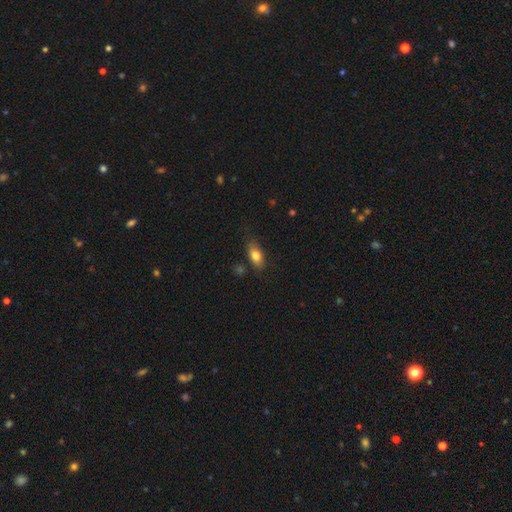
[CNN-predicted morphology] Q: Smooth or featured?
A: smooth (78%); runner-up: featured or disk (14%)
Q: How rounded?
A: in between (85%); runner-up: cigar-shaped (10%)
Q: Merging?
A: none (77%); runner-up: minor disturbance (17%)